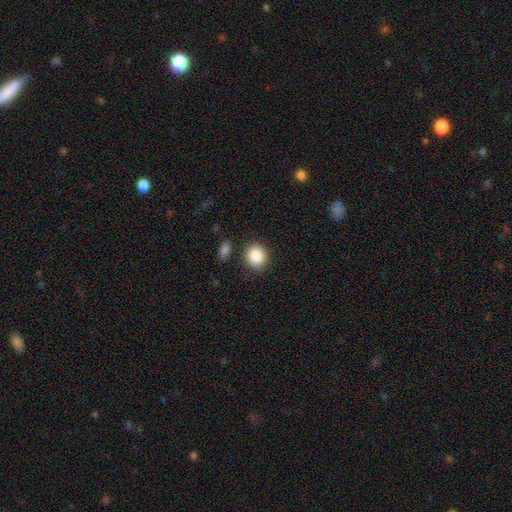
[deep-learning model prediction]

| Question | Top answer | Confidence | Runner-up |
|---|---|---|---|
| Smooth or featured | smooth | 87% | star or artifact (8%) |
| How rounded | round | 82% | in between (17%) |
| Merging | none | 86% | minor disturbance (8%) |